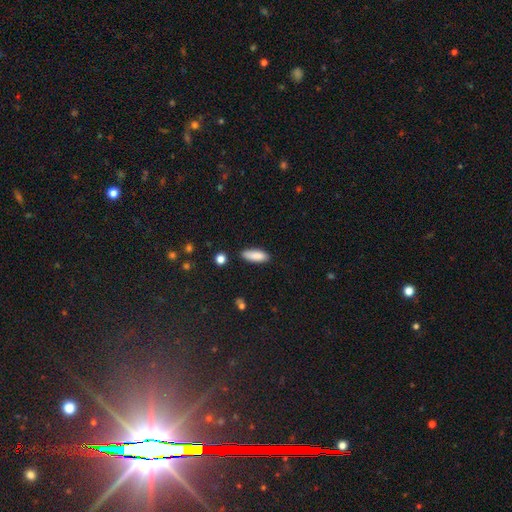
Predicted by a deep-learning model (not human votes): Overall: smooth (87%). How rounded: in between (61%; cigar-shaped 37%). Merging: none (84%).